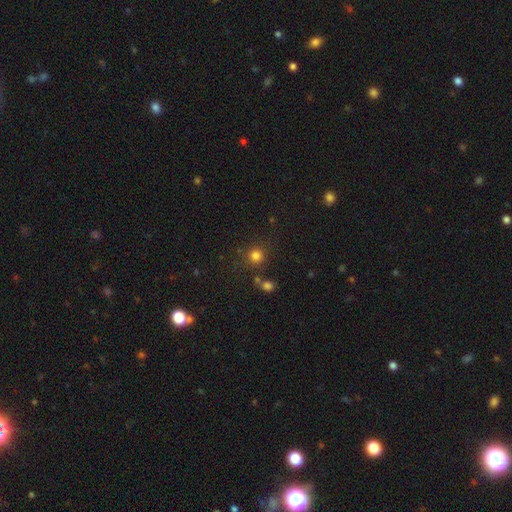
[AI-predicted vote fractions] smooth 80%, star or artifact 15%, featured or disk 5%. Down the decision tree: how rounded — round (92%); merging — none (79%).